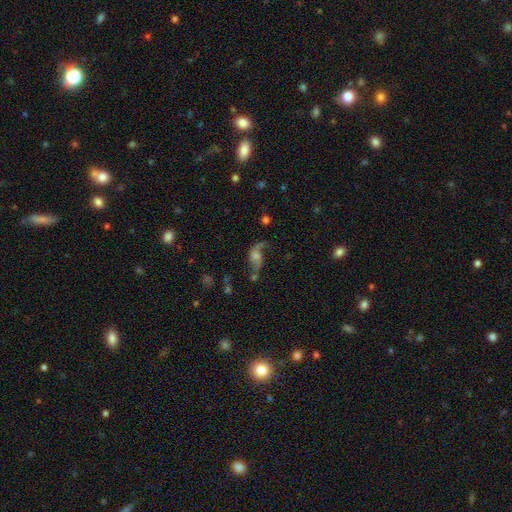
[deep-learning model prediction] Morphology: type=featured or disk (63%); edge-on=no (93%); bar=no (68%); spiral arms=yes (85%); winding=loose (85%); arm count=2 (75%); bulge=moderate (40%); merging=none (41%).